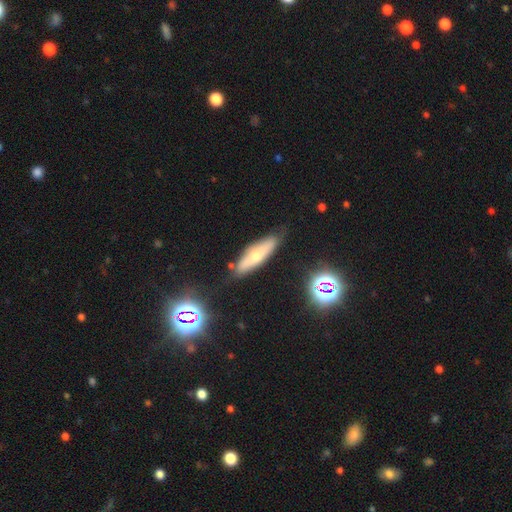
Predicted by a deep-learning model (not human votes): smooth-or-featured: smooth: 50% | featured or disk: 41% | star or artifact: 10%
  merging: none: 75% | minor disturbance: 17% | major disturbance: 4% | merger: 4%